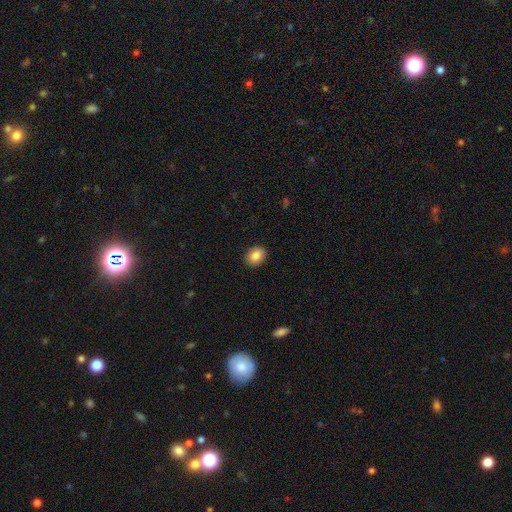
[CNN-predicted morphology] This appears to be a smooth galaxy with no disk features (85%) that is in between round and cigar-shaped (59%). Merging: none (91%).